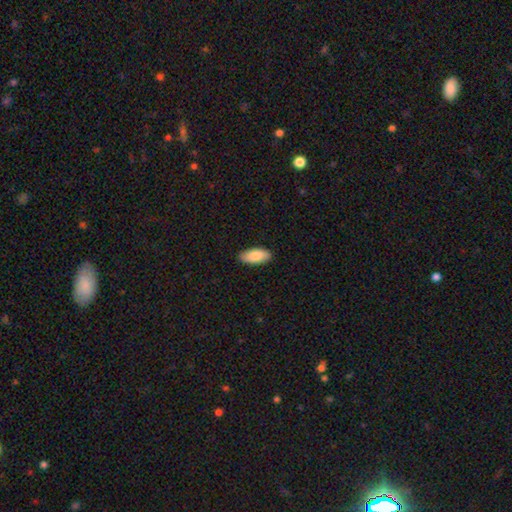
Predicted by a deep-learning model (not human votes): A smooth galaxy with no disk features (86%) that is in between round and cigar-shaped (88%). Merging: none (89%).